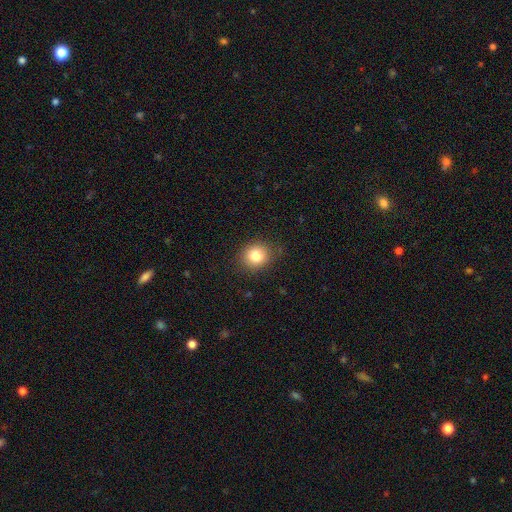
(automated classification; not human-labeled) smooth 82%, star or artifact 11%, featured or disk 7%. Down the decision tree: how rounded — round (76%); merging — none (85%).